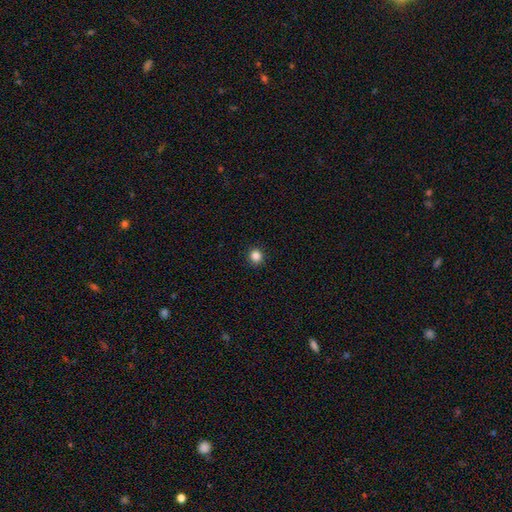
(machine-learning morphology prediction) smooth-or-featured: smooth: 85% | star or artifact: 12% | featured or disk: 3%
  how-rounded: round: 91% | in between: 8% | cigar-shaped: 1%
  merging: none: 92% | minor disturbance: 5% | major disturbance: 2% | merger: 1%